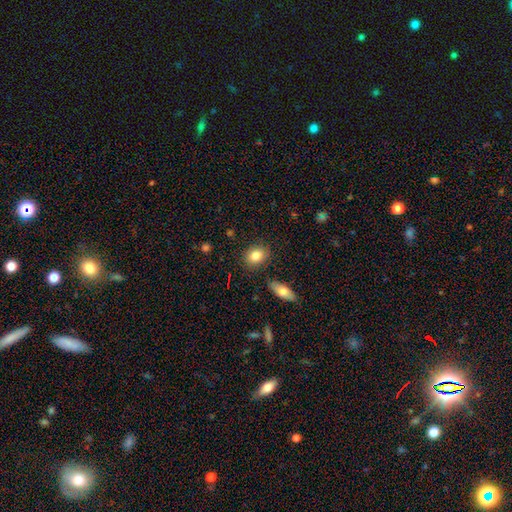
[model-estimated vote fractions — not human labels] Smooth or featured? Predicted: smooth (p=0.84). How rounded? Predicted: in between (p=0.57). Merging? Predicted: none (p=0.85).